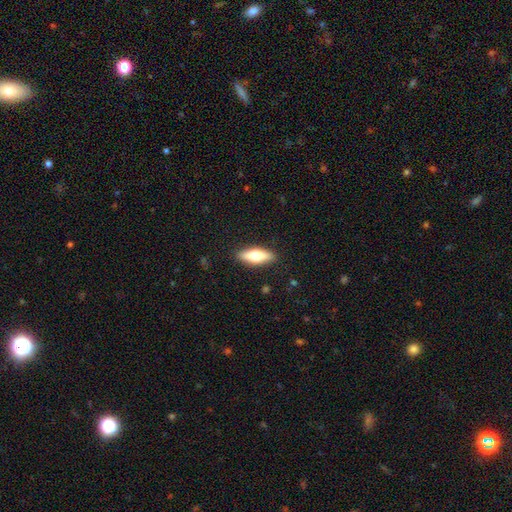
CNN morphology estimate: A smooth galaxy with no disk features (60%) that is in between round and cigar-shaped (56%). Merging: none (89%).